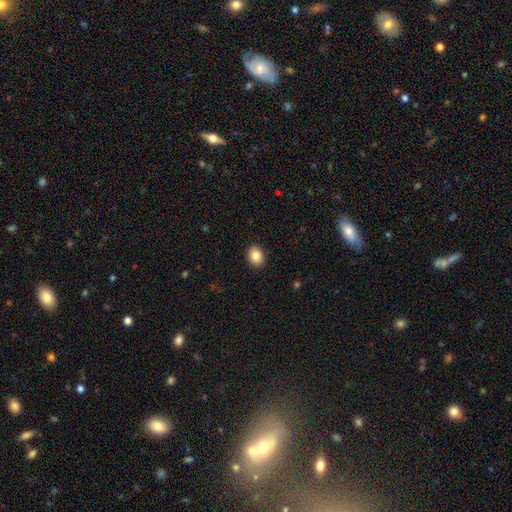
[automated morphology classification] type=smooth (86%); roundness=in between (64%); merging=none (91%).